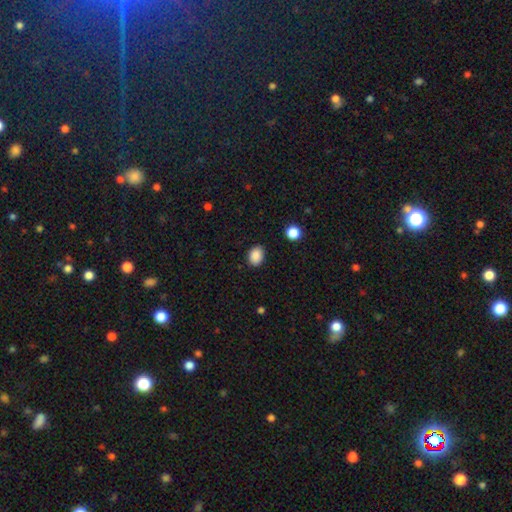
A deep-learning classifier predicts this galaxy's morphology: Smooth or featured?
  - smooth: 88% *
  - star or artifact: 9%
  - featured or disk: 3%
How rounded?
  - in between: 65% *
  - round: 34%
  - cigar-shaped: 1%
Merging?
  - none: 88% *
  - minor disturbance: 9%
  - major disturbance: 2%
  - merger: 1%